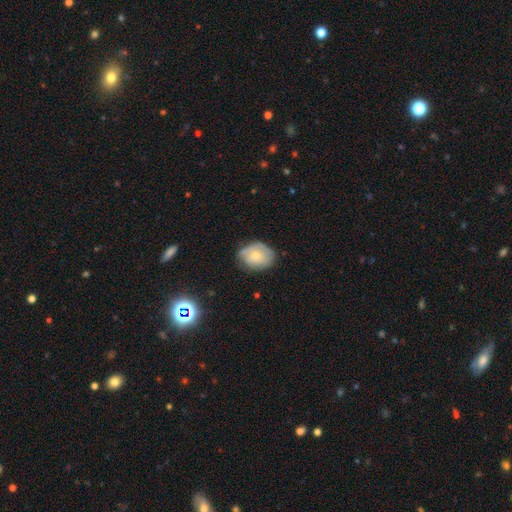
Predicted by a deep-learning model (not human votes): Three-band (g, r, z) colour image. It shows a smooth galaxy with no disk features (58%) that is in between round and cigar-shaped (58%). Merging: none (61%).